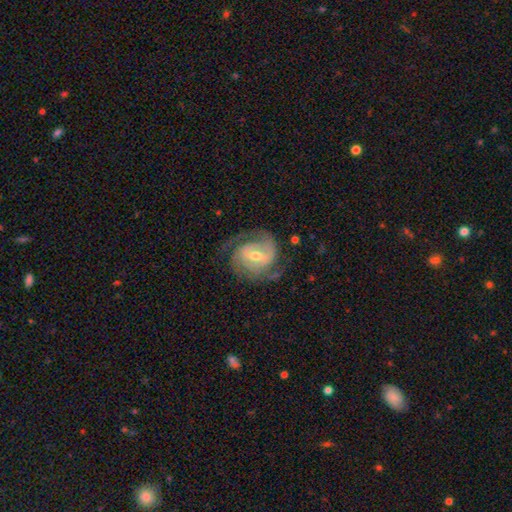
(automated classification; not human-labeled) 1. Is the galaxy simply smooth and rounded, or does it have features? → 88% featured or disk, 8% smooth, 5% star or artifact.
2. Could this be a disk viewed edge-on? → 97% no, 3% yes.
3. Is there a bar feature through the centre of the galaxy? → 52% weak, 28% strong, 20% no.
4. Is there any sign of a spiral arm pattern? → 96% yes, 4% no.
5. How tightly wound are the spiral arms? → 45% tight, 42% medium, 13% loose.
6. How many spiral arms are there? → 65% 2, 14% 3, 11% can't tell, 5% 1, 3% 4, 3% more than 4.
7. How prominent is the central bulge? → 63% moderate, 31% small, 4% large, 1% none, 1% dominant.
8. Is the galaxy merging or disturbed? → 69% none, 17% minor disturbance, 12% major disturbance, 1% merger.